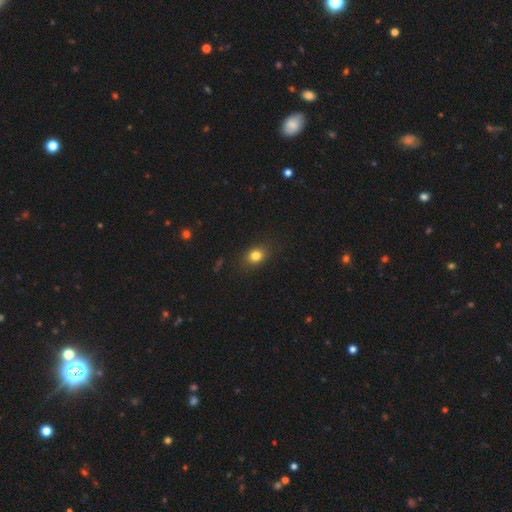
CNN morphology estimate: smooth_or_featured: smooth (p=0.81) [alt: star or artifact p=0.11]
how_rounded: in between (p=0.51) [alt: round p=0.48]
merging: none (p=0.84) [alt: minor disturbance p=0.12]